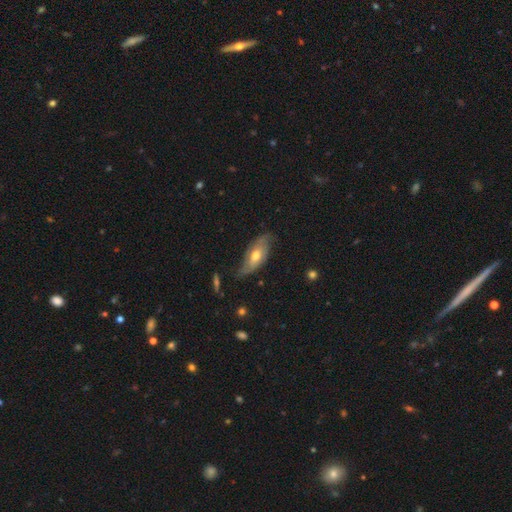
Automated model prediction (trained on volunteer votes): Q: Smooth or featured?
A: featured or disk (51%); runner-up: smooth (43%)
Q: Edge-on disk?
A: no (74%); runner-up: yes (26%)
Q: Merging?
A: none (63%); runner-up: minor disturbance (28%)